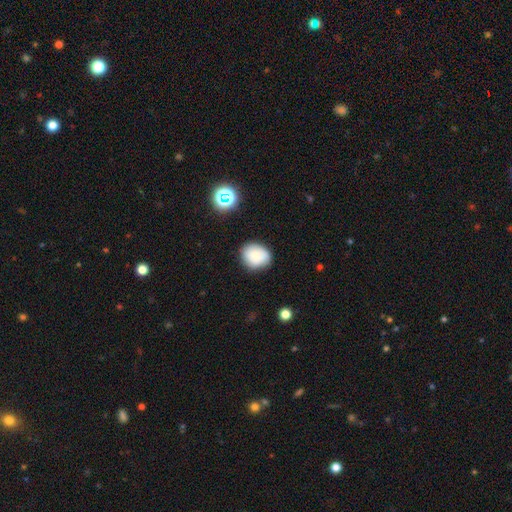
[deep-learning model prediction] Overall: smooth (78%). How rounded: round (58%; in between 41%). Merging: none (78%).